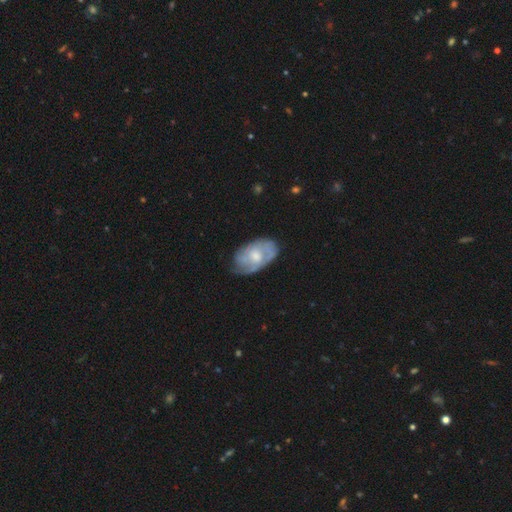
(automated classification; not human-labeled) This appears to be a featured or disk galaxy (69%) with no bar (67%), tight (52%) spiral arms (84%) and a moderate central bulge (58%). Merging: none (64%).